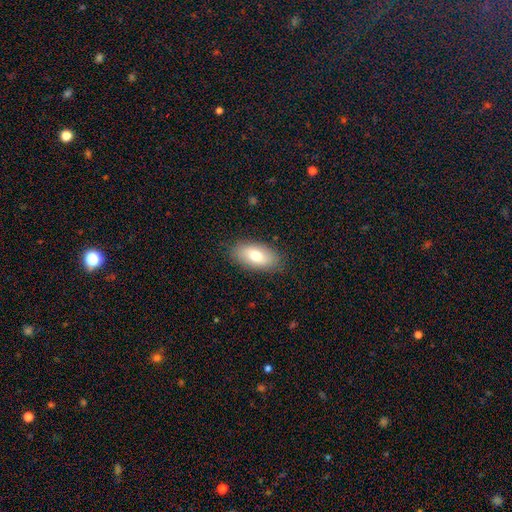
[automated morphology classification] smooth 72%, featured or disk 21%, star or artifact 7%. Down the decision tree: how rounded — in between (91%); merging — none (85%).